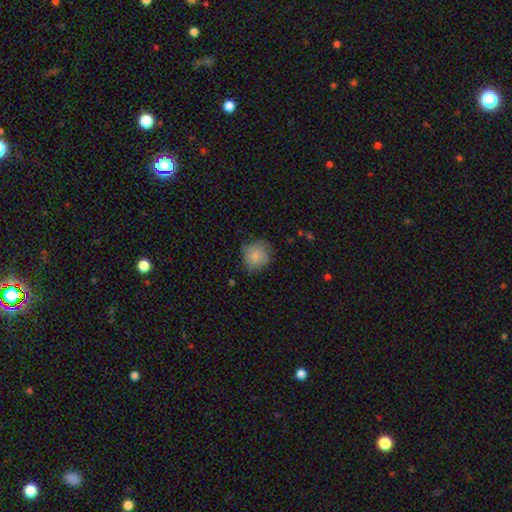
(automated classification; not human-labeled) smooth-or-featured: smooth: 84% | featured or disk: 9% | star or artifact: 8%
  how-rounded: round: 85% | in between: 14% | cigar-shaped: 1%
  merging: none: 69% | minor disturbance: 24% | major disturbance: 5% | merger: 1%